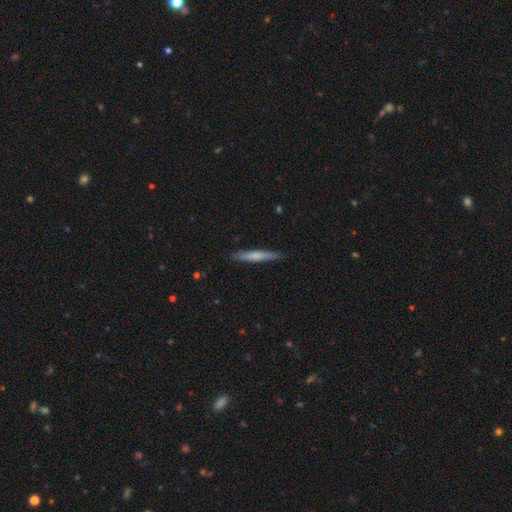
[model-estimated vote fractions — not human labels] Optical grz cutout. It shows a smooth galaxy with no disk features (61%) that is cigar-shaped (95%). Merging: none (87%).